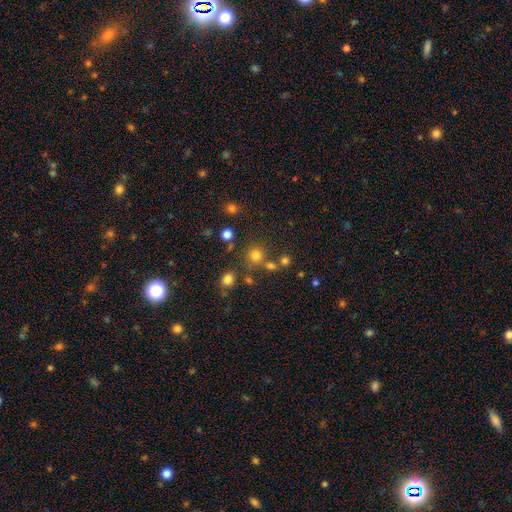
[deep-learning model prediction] smooth 75%, star or artifact 18%, featured or disk 7%. Down the decision tree: how rounded — round (89%); merging — none (70%).